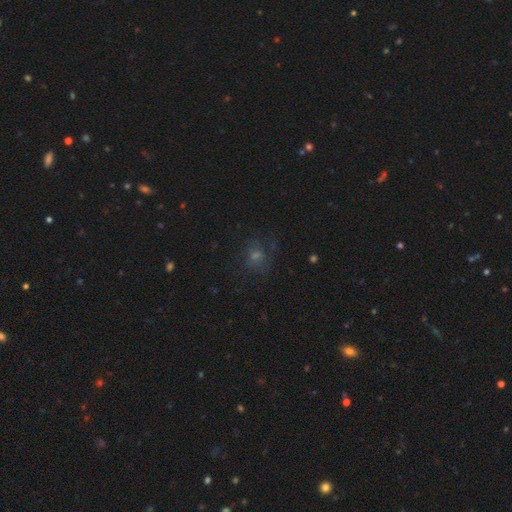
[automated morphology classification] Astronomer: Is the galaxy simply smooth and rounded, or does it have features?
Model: smooth — 43% (runner-up: star or artifact, 33%).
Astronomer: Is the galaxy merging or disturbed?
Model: none — 69%.